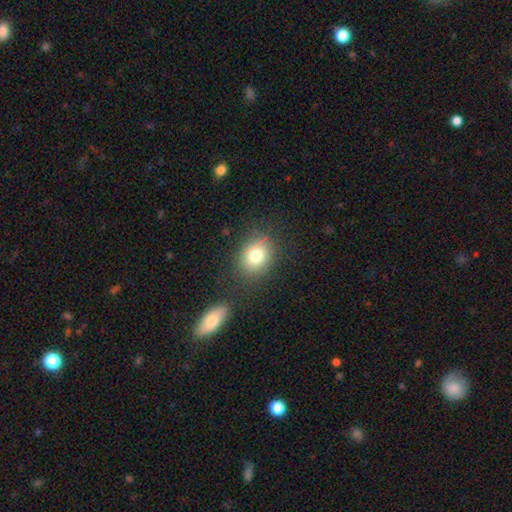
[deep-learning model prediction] Q: Smooth or featured?
A: smooth (76%); runner-up: featured or disk (12%)
Q: How rounded?
A: round (53%); runner-up: in between (46%)
Q: Merging?
A: none (78%); runner-up: minor disturbance (13%)